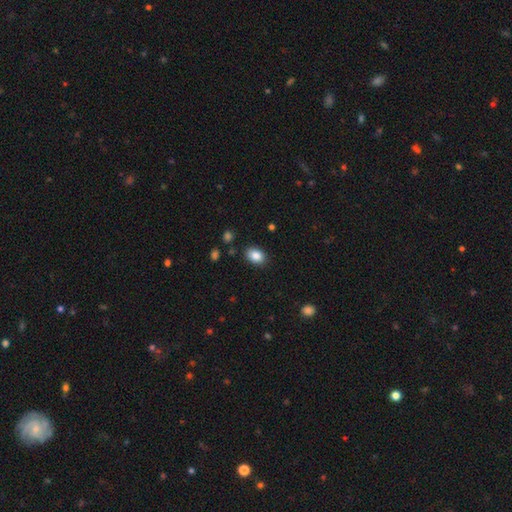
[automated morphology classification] The model was most divided on "how rounded": in between: 81%, round: 18%, cigar-shaped: 1%. More confident: merging — none (87%); smooth or featured — smooth (86%).